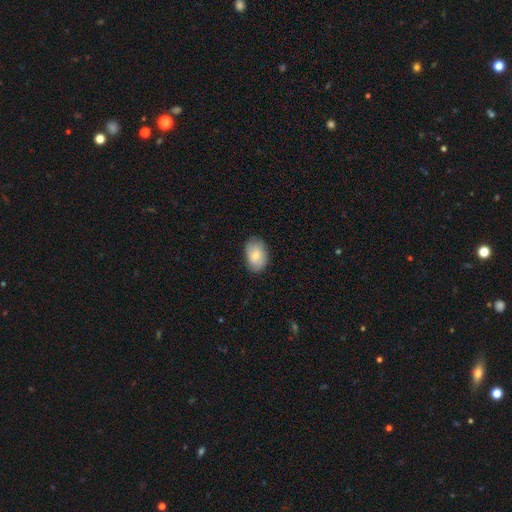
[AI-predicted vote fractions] Q: Smooth or featured?
A: smooth (73%); runner-up: featured or disk (20%)
Q: How rounded?
A: in between (85%); runner-up: round (14%)
Q: Merging?
A: none (80%); runner-up: minor disturbance (16%)